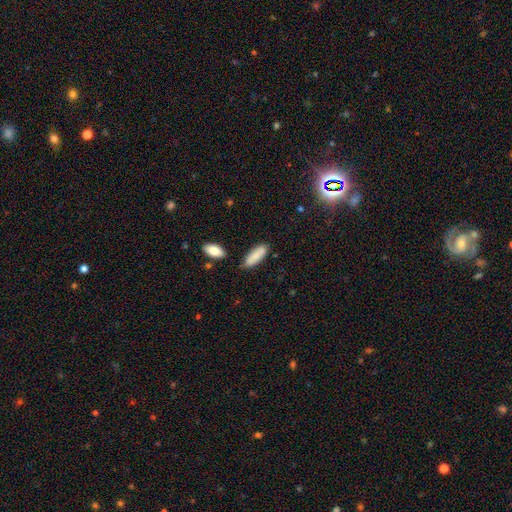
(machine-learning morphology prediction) smooth-or-featured: smooth: 85% | featured or disk: 9% | star or artifact: 6%
  how-rounded: in between: 63% | cigar-shaped: 35% | round: 2%
  merging: none: 76% | minor disturbance: 16% | merger: 5% | major disturbance: 3%